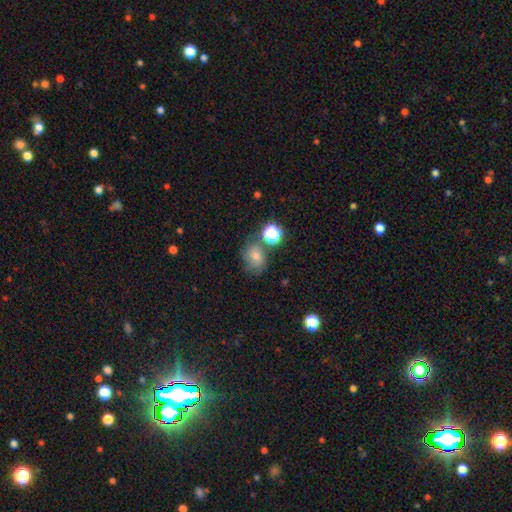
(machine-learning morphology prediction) smooth_or_featured: smooth (p=0.43) [alt: star or artifact p=0.31]
merging: none (p=0.66) [alt: minor disturbance p=0.17]